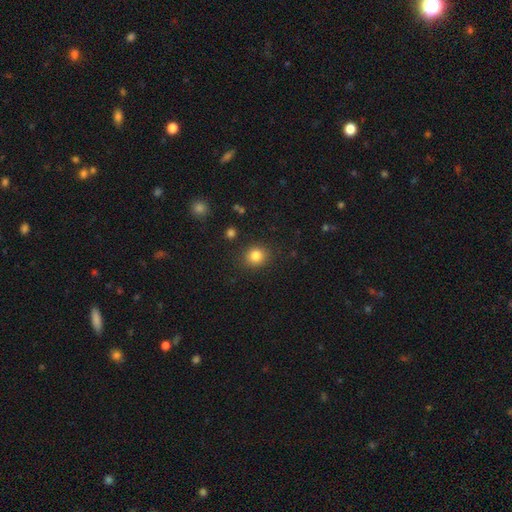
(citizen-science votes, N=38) Smooth or featured?
  - smooth: 89% *
  - featured or disk: 8%
  - star or artifact: 3%
How rounded?
  - round: 79% *
  - in between: 21%
  - cigar-shaped: 0%
Merging?
  - none: 84% *
  - minor disturbance: 11%
  - major disturbance: 3%
  - merger: 3%